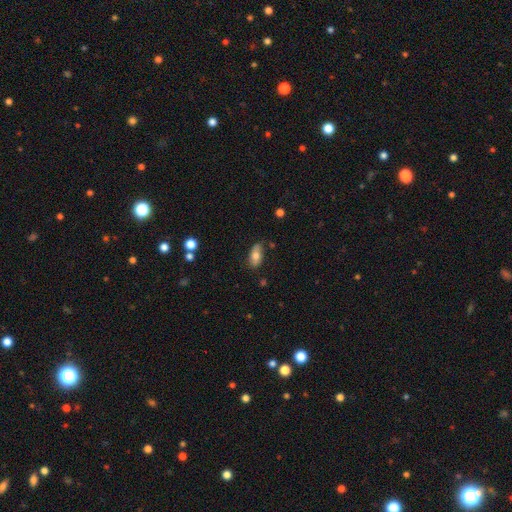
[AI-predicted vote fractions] A smooth galaxy with no disk features (73%) that is in between round and cigar-shaped (89%). Merging: none (77%).